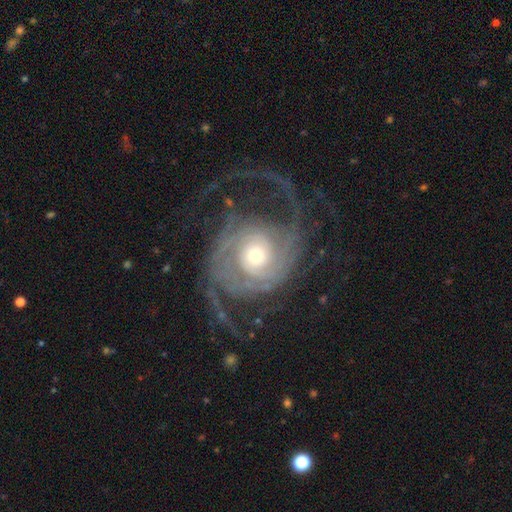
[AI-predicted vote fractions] smooth_or_featured: featured or disk (p=0.89) [alt: smooth p=0.06]
disk_edge_on: no (p=0.97) [alt: yes p=0.03]
bar: no (p=0.75) [alt: weak p=0.18]
has_spiral_arms: yes (p=0.95) [alt: no p=0.05]
spiral_winding: tight (p=0.41) [alt: medium p=0.34]
spiral_arm_count: 2 (p=0.42) [alt: can't tell p=0.18]
bulge_size: moderate (p=0.53) [alt: small p=0.39]
merging: none (p=0.51) [alt: major disturbance p=0.33]